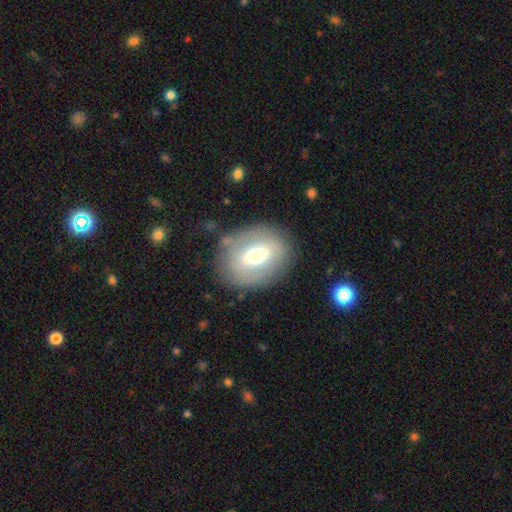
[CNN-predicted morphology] Overall: smooth (50%; featured or disk 42%). Merging: none (78%).